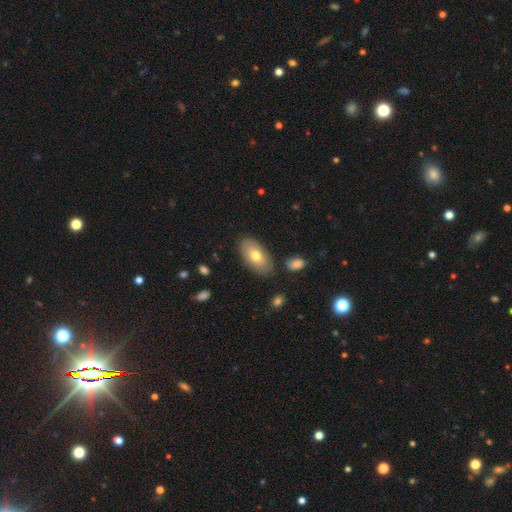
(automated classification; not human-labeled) smooth_or_featured: smooth (p=0.66) [alt: featured or disk p=0.27]
how_rounded: in between (p=0.94) [alt: round p=0.04]
merging: none (p=0.82) [alt: minor disturbance p=0.13]